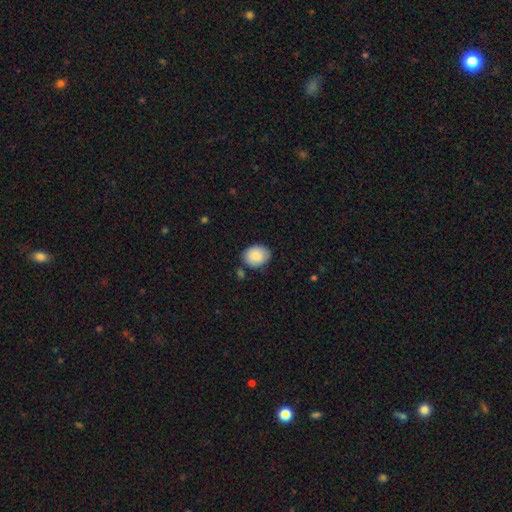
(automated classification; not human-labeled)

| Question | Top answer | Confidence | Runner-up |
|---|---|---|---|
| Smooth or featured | smooth | 86% | featured or disk (7%) |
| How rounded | in between | 54% | round (45%) |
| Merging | none | 79% | minor disturbance (15%) |